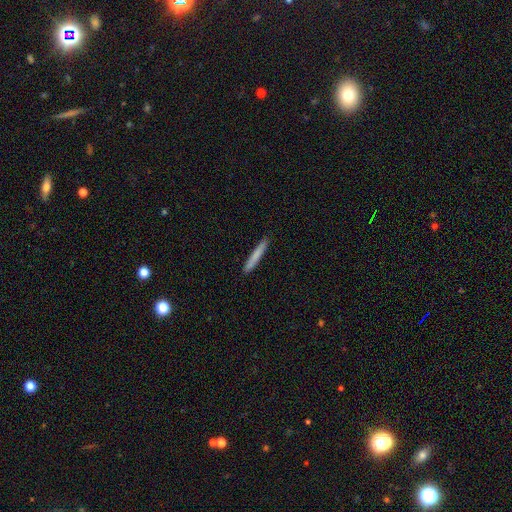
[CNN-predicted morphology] Smooth or featured? smooth (78%)
How rounded? cigar-shaped (96%)
Merging? none (92%)